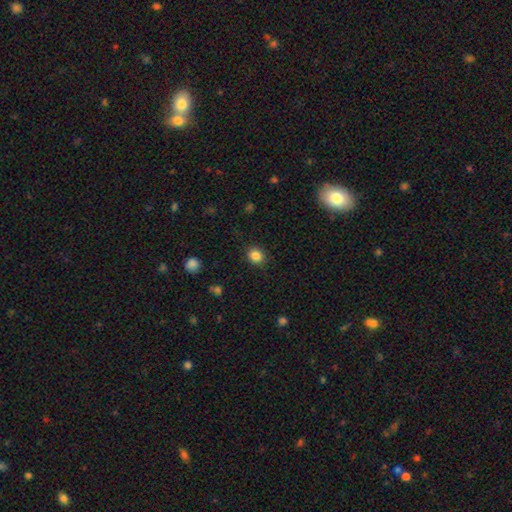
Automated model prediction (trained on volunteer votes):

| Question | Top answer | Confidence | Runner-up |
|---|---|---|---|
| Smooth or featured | smooth | 85% | star or artifact (11%) |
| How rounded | round | 77% | in between (22%) |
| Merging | none | 89% | minor disturbance (8%) |